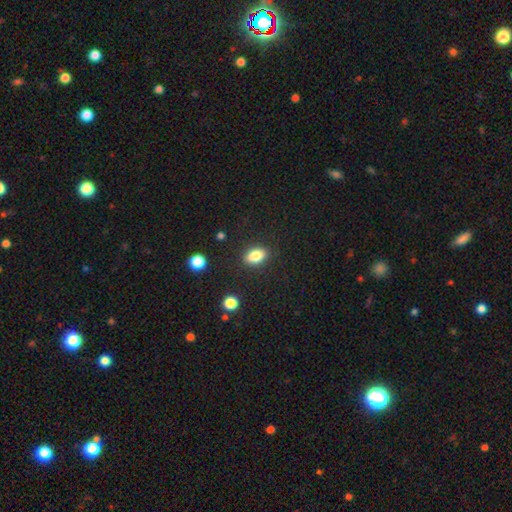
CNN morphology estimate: smooth-or-featured: smooth: 83% | star or artifact: 9% | featured or disk: 8%
  how-rounded: in between: 84% | round: 14% | cigar-shaped: 2%
  merging: none: 87% | minor disturbance: 9% | major disturbance: 3% | merger: 1%